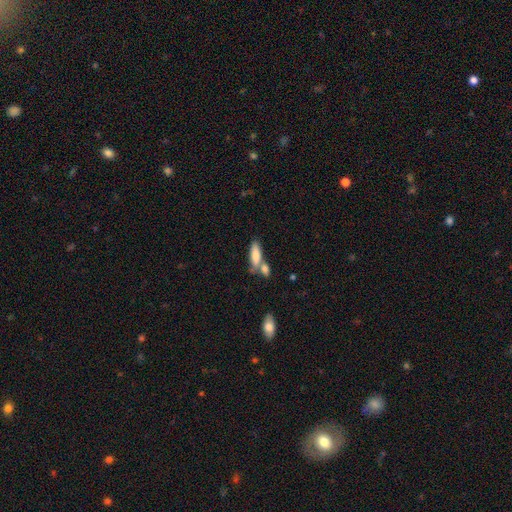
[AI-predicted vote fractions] smooth 79%, featured or disk 15%, star or artifact 6%. Down the decision tree: how rounded — in between (60%); merging — none (45%).